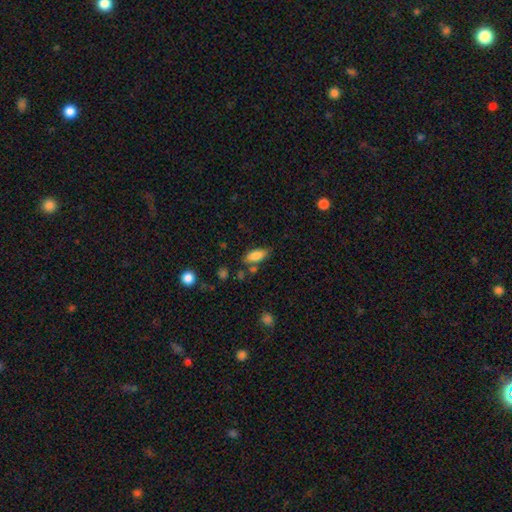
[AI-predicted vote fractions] Q: Smooth or featured?
A: smooth (83%); runner-up: featured or disk (9%)
Q: How rounded?
A: in between (85%); runner-up: cigar-shaped (13%)
Q: Merging?
A: none (71%); runner-up: minor disturbance (17%)